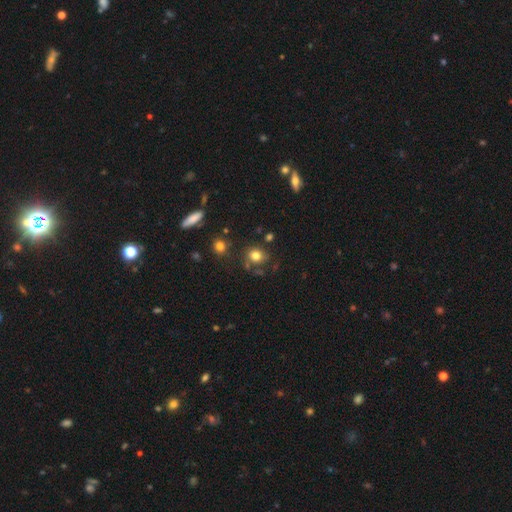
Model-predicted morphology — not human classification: This appears to be a smooth galaxy with no disk features (78%) that is round (76%). Merging: none (69%).